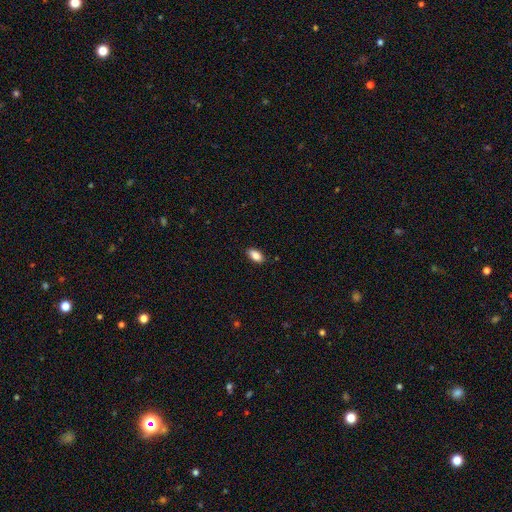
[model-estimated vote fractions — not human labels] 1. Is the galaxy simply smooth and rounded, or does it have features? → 87% smooth, 8% star or artifact, 6% featured or disk.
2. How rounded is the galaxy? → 92% in between, 4% round, 4% cigar-shaped.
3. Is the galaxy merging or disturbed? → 87% none, 10% minor disturbance, 2% major disturbance, 1% merger.